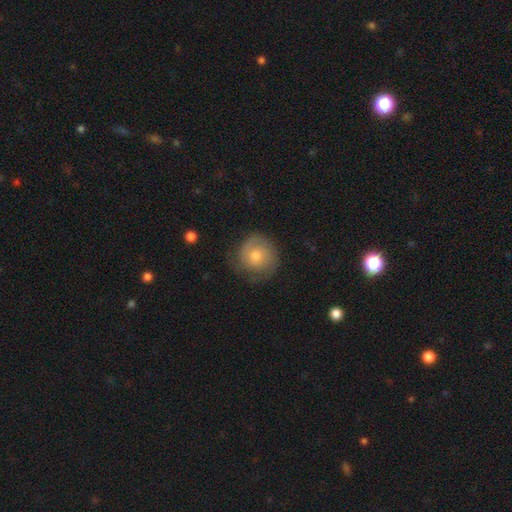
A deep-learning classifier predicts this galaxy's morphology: featured or disk 49%, smooth 43%, star or artifact 8%. Down the decision tree: merging — none (74%).